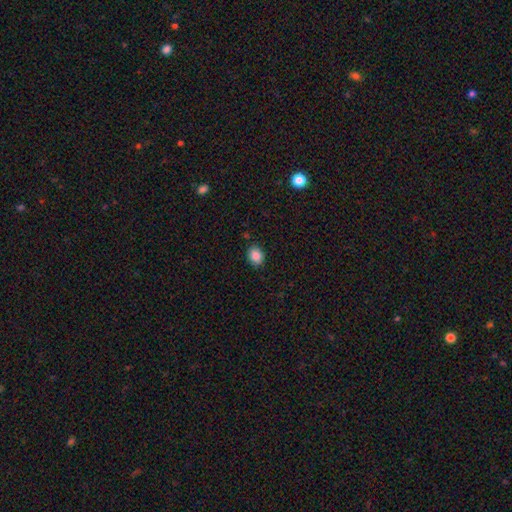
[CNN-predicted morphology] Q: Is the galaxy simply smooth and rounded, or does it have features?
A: smooth — 86%.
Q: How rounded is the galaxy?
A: round — 50%.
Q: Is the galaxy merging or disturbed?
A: none — 86%.